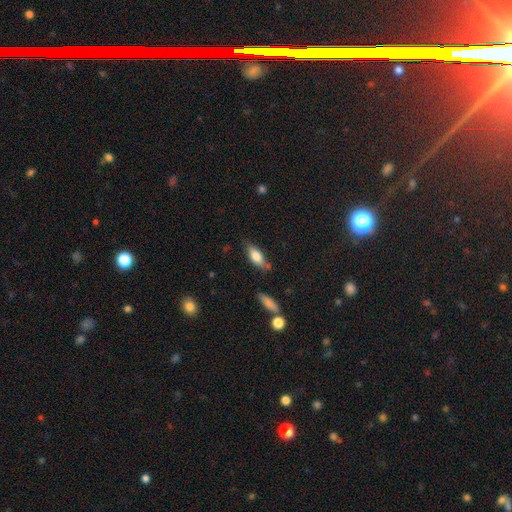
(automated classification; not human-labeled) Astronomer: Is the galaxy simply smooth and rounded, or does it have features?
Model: smooth — 77%.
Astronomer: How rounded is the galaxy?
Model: in between — 77%.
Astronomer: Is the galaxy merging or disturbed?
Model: none — 67%.